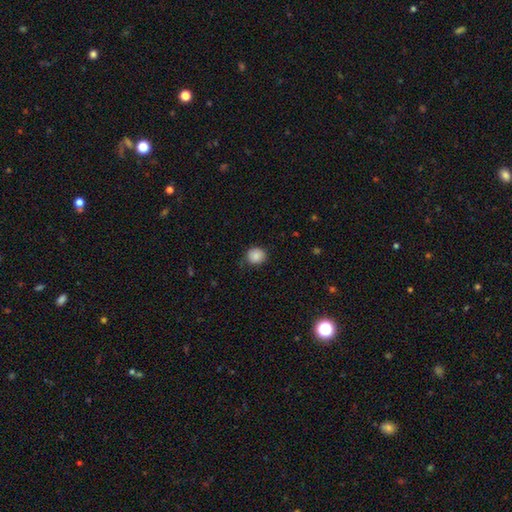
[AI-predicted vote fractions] Q: Smooth or featured?
A: smooth (86%); runner-up: star or artifact (9%)
Q: How rounded?
A: round (82%); runner-up: in between (18%)
Q: Merging?
A: none (76%); runner-up: minor disturbance (19%)